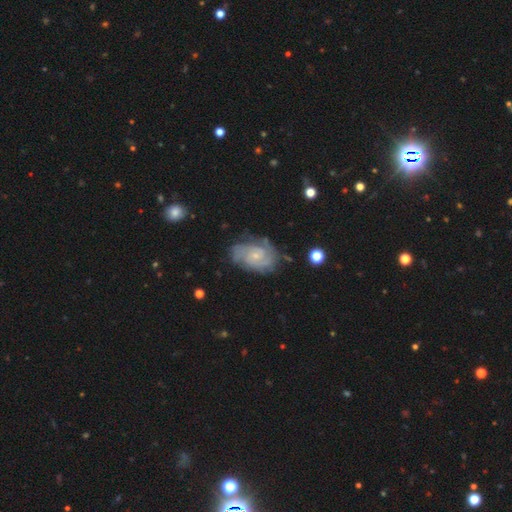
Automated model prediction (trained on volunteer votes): Morphology: type=featured or disk (82%); edge-on=no (97%); bar=no (69%); spiral arms=yes (95%); winding=tight (58%); arm count=2 (36%); bulge=small (76%); merging=none (68%).